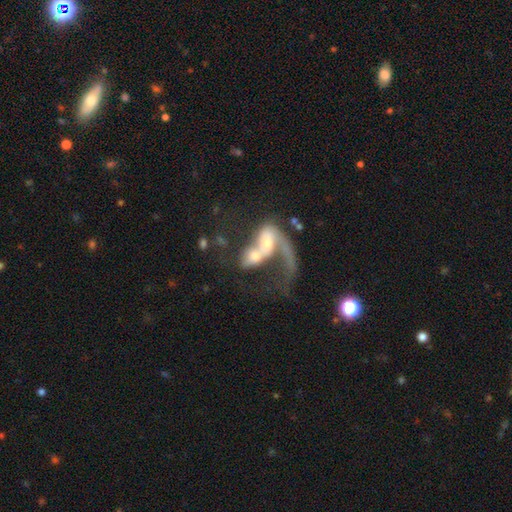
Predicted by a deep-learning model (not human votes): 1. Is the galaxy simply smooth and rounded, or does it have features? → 58% featured or disk, 35% smooth, 8% star or artifact.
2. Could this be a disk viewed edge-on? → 94% no, 6% yes.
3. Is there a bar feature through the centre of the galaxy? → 65% no, 26% weak, 9% strong.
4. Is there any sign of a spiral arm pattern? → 61% yes, 39% no.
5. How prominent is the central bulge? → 50% moderate, 23% small, 16% large, 8% none, 3% dominant.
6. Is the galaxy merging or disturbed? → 73% merger, 16% major disturbance, 6% none, 4% minor disturbance.